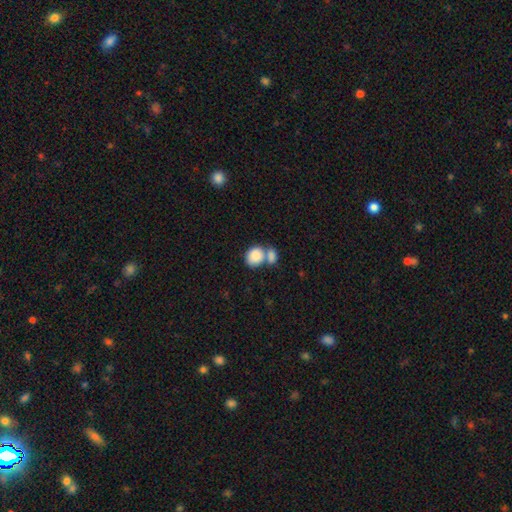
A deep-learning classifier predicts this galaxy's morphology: smooth-or-featured: smooth: 85% | featured or disk: 8% | star or artifact: 7%
  how-rounded: in between: 52% | round: 47% | cigar-shaped: 1%
  merging: merger: 56% | none: 32% | minor disturbance: 8% | major disturbance: 4%